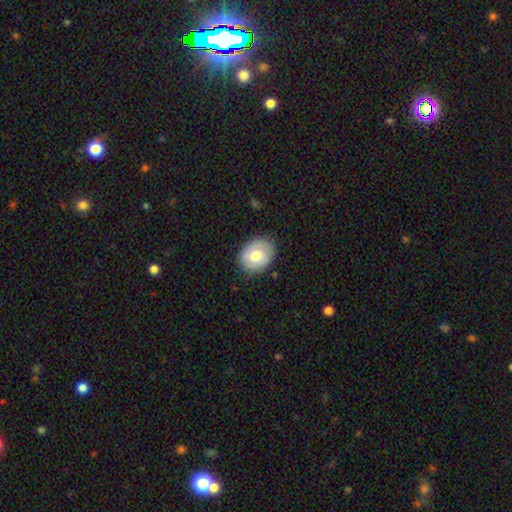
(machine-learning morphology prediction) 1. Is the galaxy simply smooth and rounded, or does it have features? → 62% smooth, 31% featured or disk, 7% star or artifact.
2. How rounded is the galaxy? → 58% in between, 41% round, 1% cigar-shaped.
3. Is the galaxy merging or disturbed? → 82% none, 14% minor disturbance, 4% major disturbance, 1% merger.